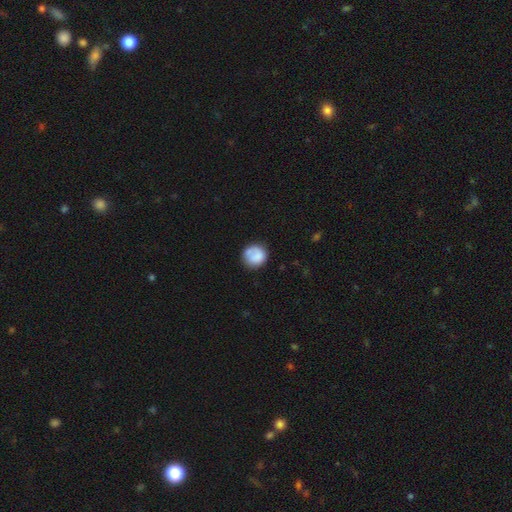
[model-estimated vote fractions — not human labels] smooth 76%, featured or disk 16%, star or artifact 7%. Down the decision tree: how rounded — round (87%); merging — none (67%).